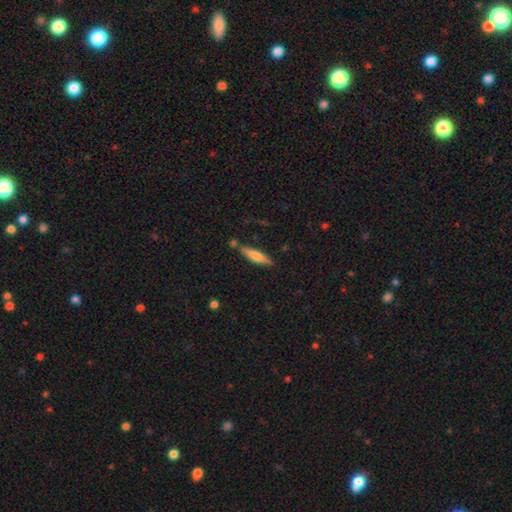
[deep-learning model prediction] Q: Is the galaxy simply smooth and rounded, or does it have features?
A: smooth — 59%.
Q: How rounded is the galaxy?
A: cigar-shaped — 77%.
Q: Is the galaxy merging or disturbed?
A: none — 76%.